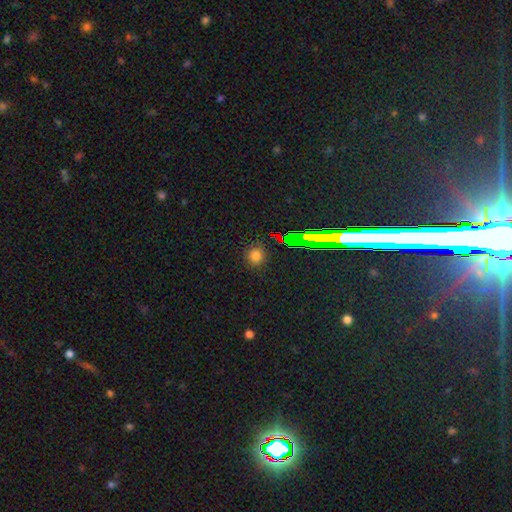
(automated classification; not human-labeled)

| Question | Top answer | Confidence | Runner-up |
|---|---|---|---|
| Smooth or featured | smooth | 74% | star or artifact (21%) |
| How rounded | round | 88% | in between (11%) |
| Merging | none | 89% | minor disturbance (7%) |